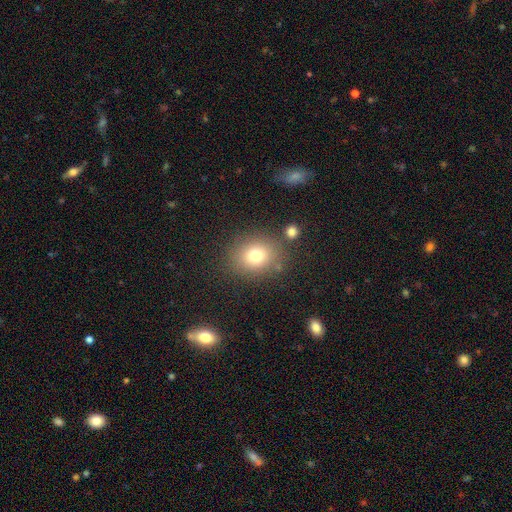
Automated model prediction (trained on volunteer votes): This appears to be a smooth galaxy with no disk features (76%) that is round (65%). Merging: none (80%).